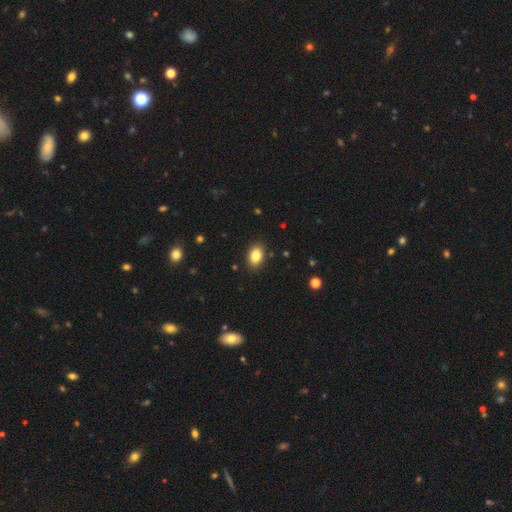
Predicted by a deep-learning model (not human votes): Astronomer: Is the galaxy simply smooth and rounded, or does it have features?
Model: smooth — 84%.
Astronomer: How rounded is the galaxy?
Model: in between — 84%.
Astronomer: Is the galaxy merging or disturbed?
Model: none — 89%.